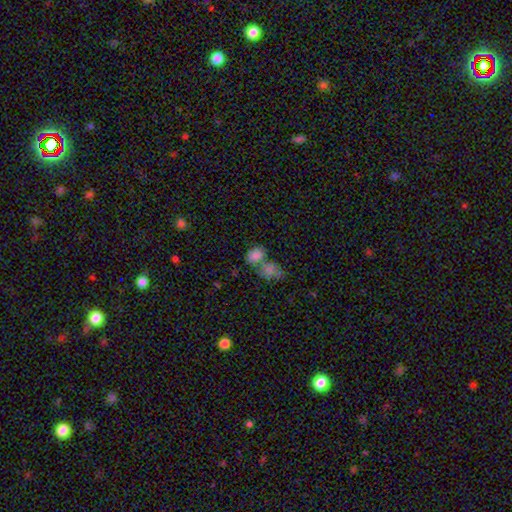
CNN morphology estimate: Smooth or featured? smooth (79%)
How rounded? in between (70%)
Merging? merger (53%)